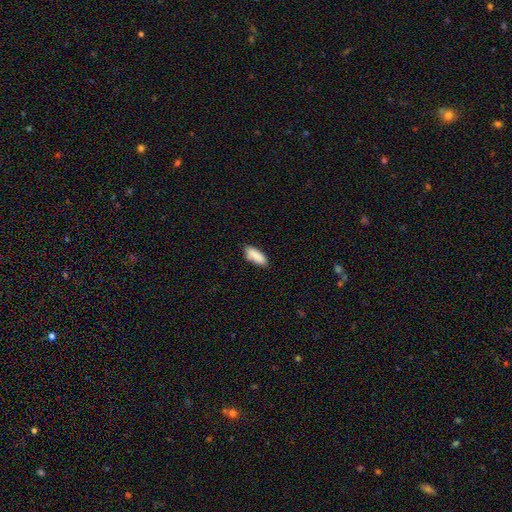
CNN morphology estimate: A smooth galaxy with no disk features (89%) that is in between round and cigar-shaped (76%). Merging: none (80%).